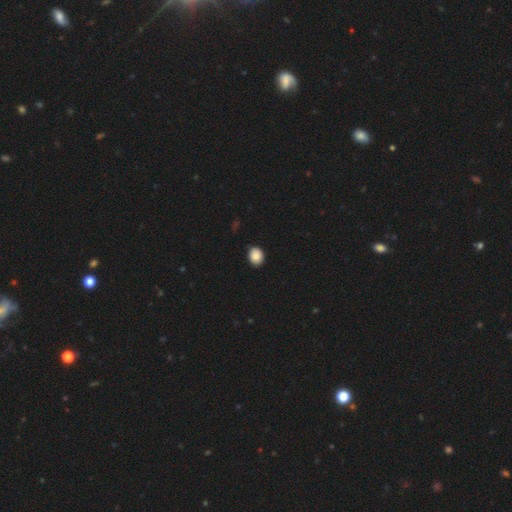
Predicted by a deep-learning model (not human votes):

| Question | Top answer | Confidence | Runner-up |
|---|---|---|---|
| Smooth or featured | smooth | 88% | star or artifact (8%) |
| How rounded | round | 51% | in between (48%) |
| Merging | none | 88% | minor disturbance (10%) |